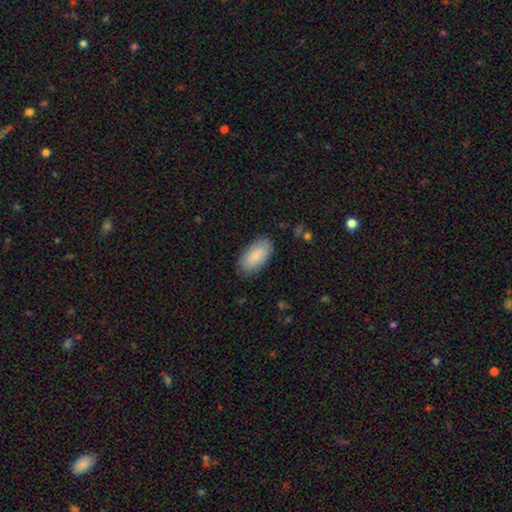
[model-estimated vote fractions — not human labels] Smooth or featured? smooth (84%)
How rounded? in between (94%)
Merging? none (83%)